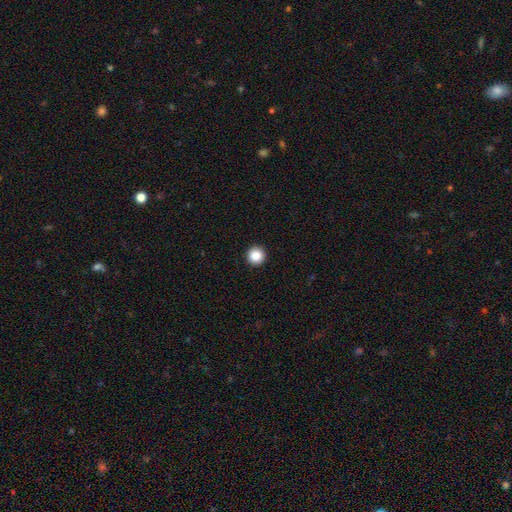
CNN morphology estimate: Smooth or featured? smooth (88%)
How rounded? round (96%)
Merging? none (94%)